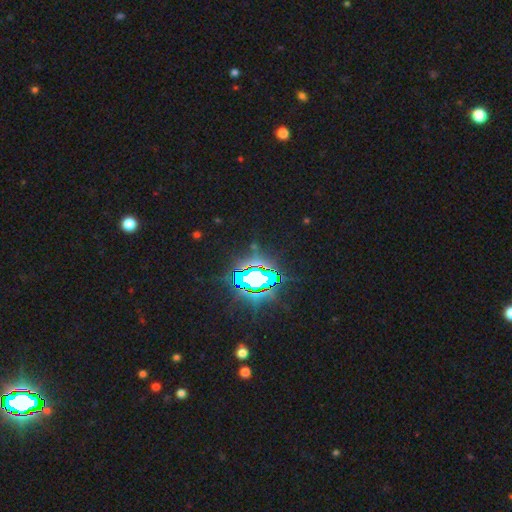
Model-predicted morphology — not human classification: A star or artifact, not a galaxy (85%).

Vote fractions:
- Smooth or featured? star or artifact: 85% / smooth: 8% / featured or disk: 6%